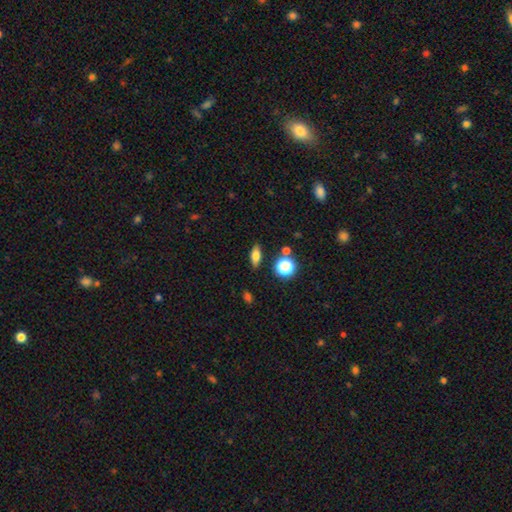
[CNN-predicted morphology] This appears to be a smooth galaxy with no disk features (71%) that is in between round and cigar-shaped (66%). Merging: none (85%).